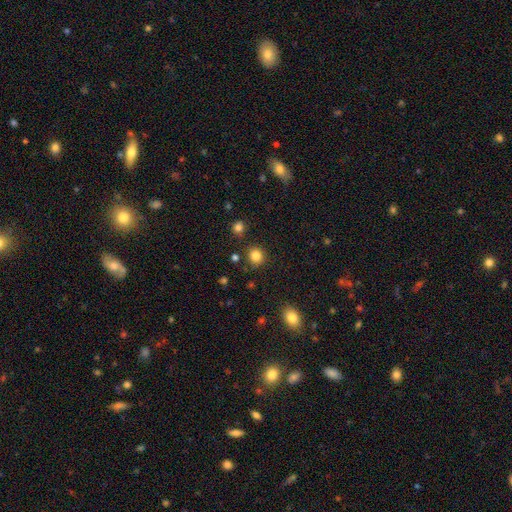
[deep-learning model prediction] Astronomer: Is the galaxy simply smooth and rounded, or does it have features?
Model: smooth — 84%.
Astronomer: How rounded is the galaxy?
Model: round — 88%.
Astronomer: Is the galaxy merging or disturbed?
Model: none — 86%.